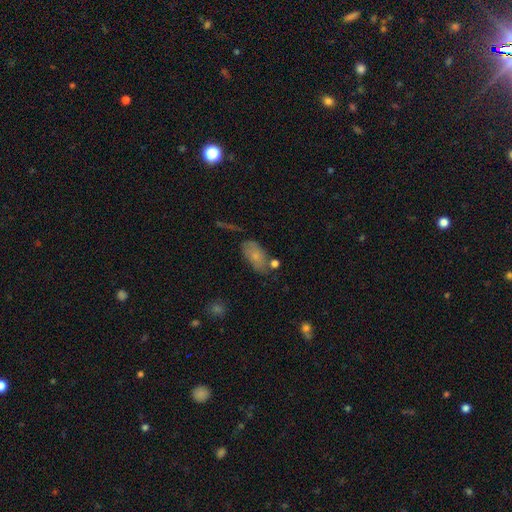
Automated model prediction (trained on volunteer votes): smooth_or_featured: smooth (p=0.71) [alt: featured or disk p=0.20]
how_rounded: in between (p=0.90) [alt: cigar-shaped p=0.05]
merging: none (p=0.59) [alt: minor disturbance p=0.23]